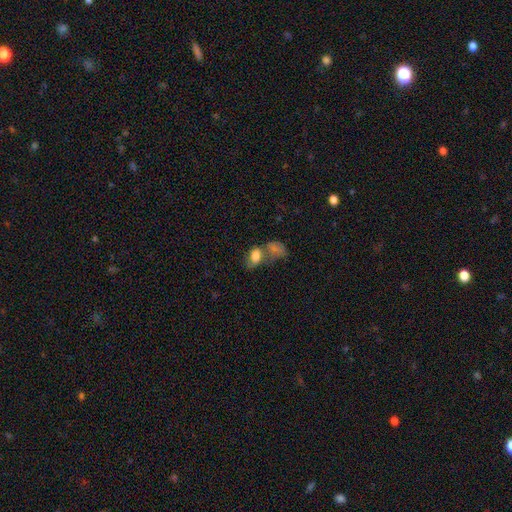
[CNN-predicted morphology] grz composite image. It shows a smooth galaxy with no disk features (77%) that is in between round and cigar-shaped (84%). Merging: merger (49%).